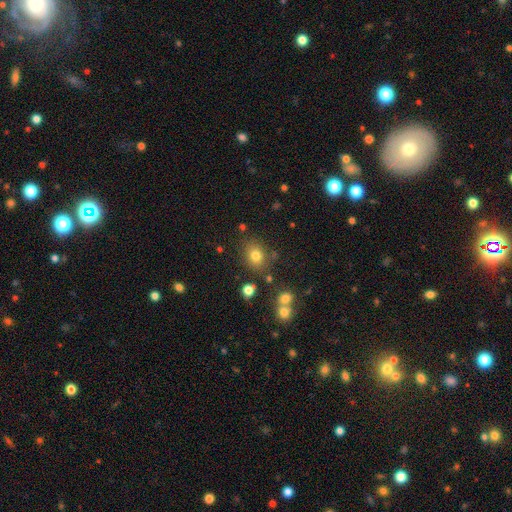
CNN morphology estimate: Smooth or featured: smooth — 77% (star or artifact — 15%)
How rounded: round — 52% (in between — 47%)
Merging: none — 79% (minor disturbance — 11%)